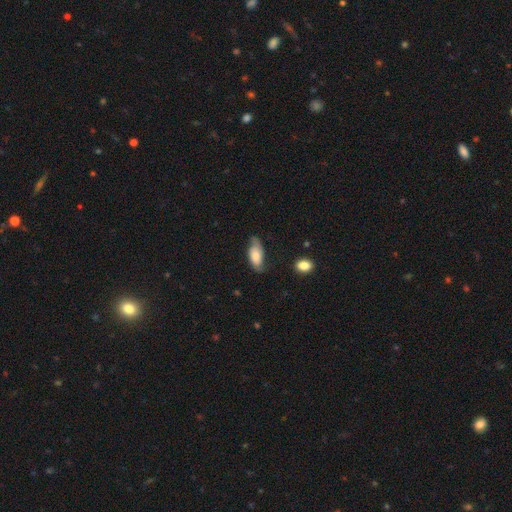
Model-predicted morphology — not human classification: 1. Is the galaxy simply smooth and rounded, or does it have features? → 50% smooth, 42% featured or disk, 8% star or artifact.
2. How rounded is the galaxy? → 87% in between, 9% cigar-shaped, 3% round.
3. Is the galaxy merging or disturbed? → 57% none, 30% minor disturbance, 11% major disturbance, 2% merger.